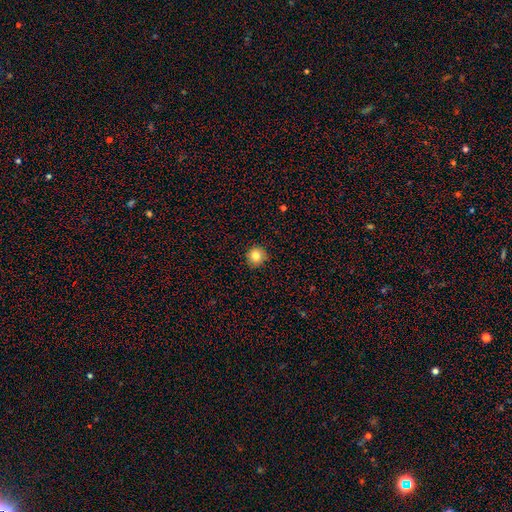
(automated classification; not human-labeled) This is clearly a smooth galaxy (82%). How rounded: clearly round (94%). Merging: clearly none (91%).